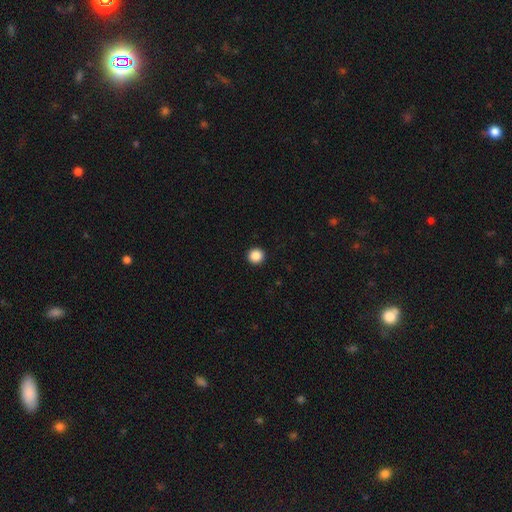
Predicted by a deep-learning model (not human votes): Morphology: type=smooth (88%); roundness=round (95%); merging=none (94%).